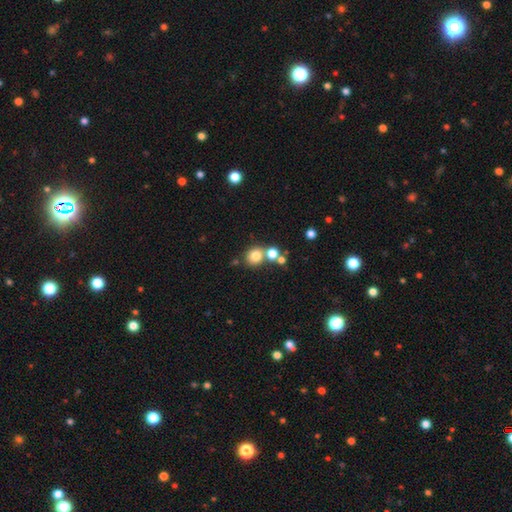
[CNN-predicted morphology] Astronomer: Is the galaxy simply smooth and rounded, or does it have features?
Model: smooth — 77%.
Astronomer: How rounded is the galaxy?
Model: round — 80%.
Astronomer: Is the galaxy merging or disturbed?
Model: none — 61%.